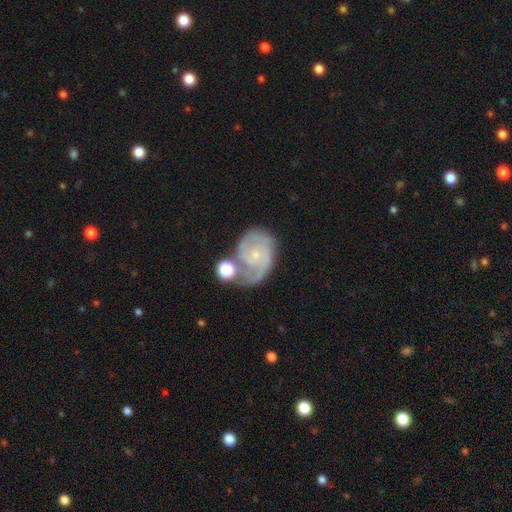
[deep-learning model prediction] Smooth or featured: featured or disk — 78% (smooth — 15%)
Edge-on disk: no — 98% (yes — 2%)
Bar: no — 71% (weak — 25%)
Spiral arms: yes — 92% (no — 8%)
Spiral winding: tight — 47% (medium — 40%)
Spiral arm count: 2 — 56% (can't tell — 20%)
Bulge size: small — 77% (moderate — 16%)
Merging: none — 50% (minor disturbance — 21%)